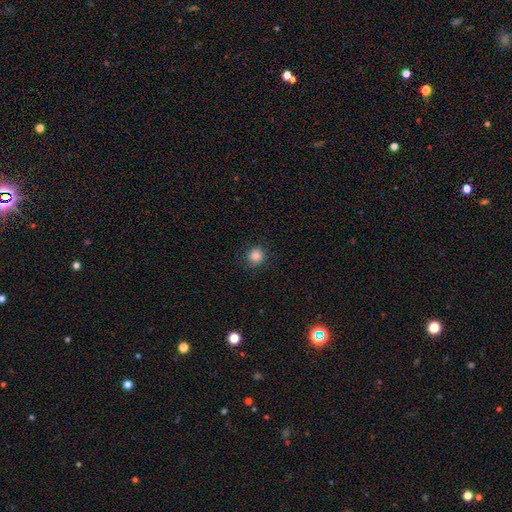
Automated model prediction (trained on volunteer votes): smooth-or-featured: smooth: 86% | star or artifact: 11% | featured or disk: 4%
  how-rounded: round: 92% | in between: 7% | cigar-shaped: 1%
  merging: none: 89% | minor disturbance: 8% | major disturbance: 3% | merger: 1%